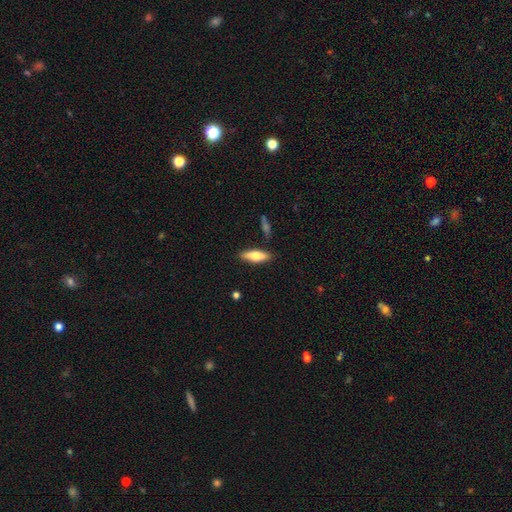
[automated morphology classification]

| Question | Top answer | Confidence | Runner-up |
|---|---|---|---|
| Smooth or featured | smooth | 60% | featured or disk (34%) |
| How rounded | cigar-shaped | 51% | in between (47%) |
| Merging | none | 83% | minor disturbance (11%) |